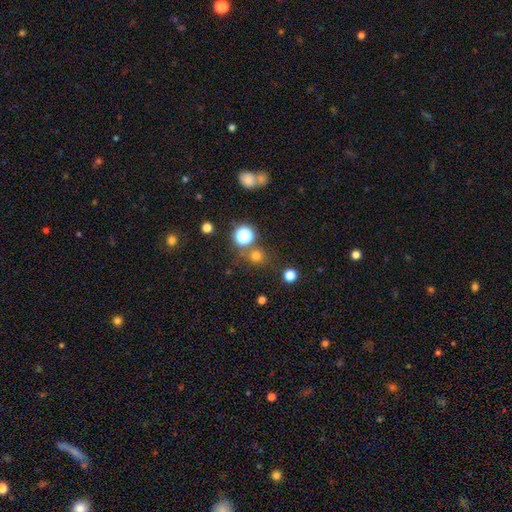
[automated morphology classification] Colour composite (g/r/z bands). It shows a smooth galaxy with no disk features (69%) that is round (90%). Merging: none (76%).